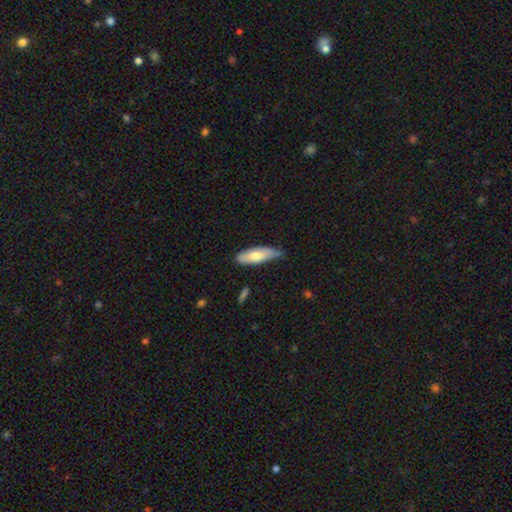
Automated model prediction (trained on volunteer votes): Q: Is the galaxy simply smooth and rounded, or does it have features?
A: smooth — 65%.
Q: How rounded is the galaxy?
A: in between — 59%.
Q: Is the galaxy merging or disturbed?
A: none — 58%.